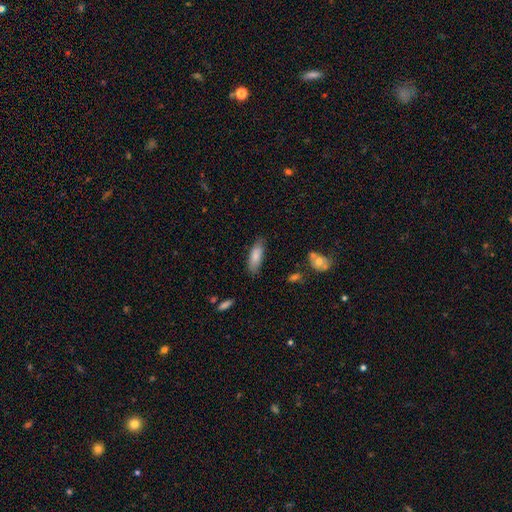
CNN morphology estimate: The model was most divided on "how rounded": in between: 63%, cigar-shaped: 35%, round: 2%. More confident: smooth or featured — smooth (82%); merging — none (78%).